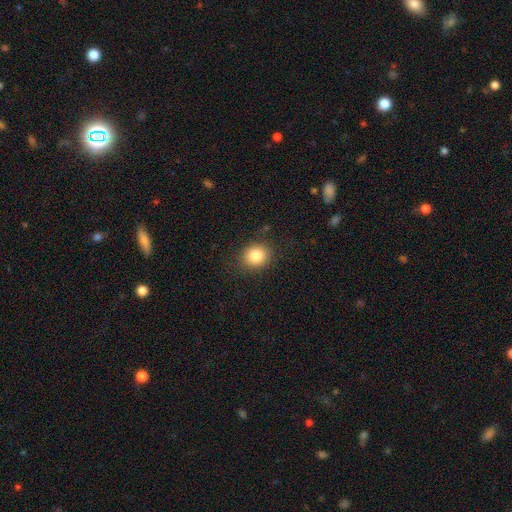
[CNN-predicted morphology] Overall: smooth (83%). How rounded: round (77%). Merging: none (86%).